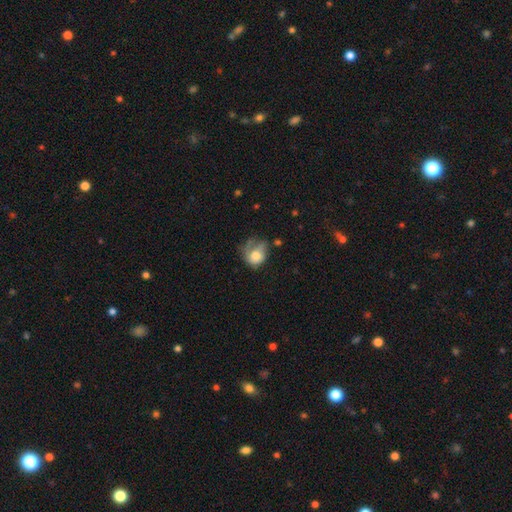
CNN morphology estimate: smooth-or-featured: smooth: 65% | featured or disk: 26% | star or artifact: 8%
  how-rounded: round: 59% | in between: 40% | cigar-shaped: 1%
  merging: major disturbance: 37% | minor disturbance: 30% | none: 27% | merger: 6%